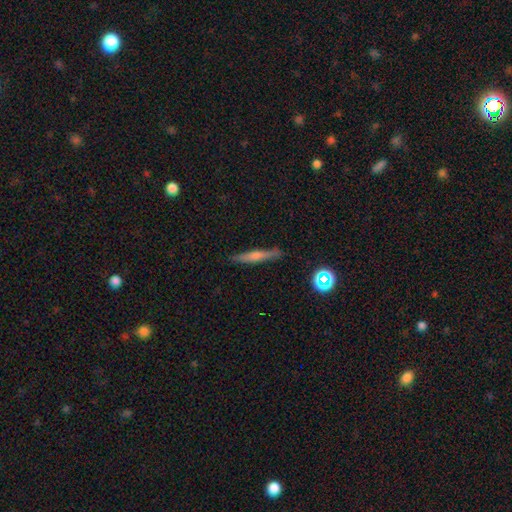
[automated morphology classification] featured or disk 60%, smooth 31%, star or artifact 9%. Down the decision tree: edge-on disk — yes (95%); edge-on bulge — rounded (74%); merging — none (89%).